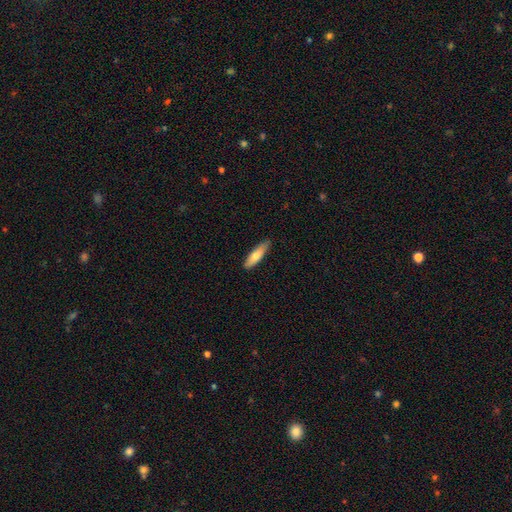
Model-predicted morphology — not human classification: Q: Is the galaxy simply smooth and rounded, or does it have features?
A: smooth — 74%.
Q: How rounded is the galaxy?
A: cigar-shaped — 66%.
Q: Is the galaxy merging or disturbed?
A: none — 85%.